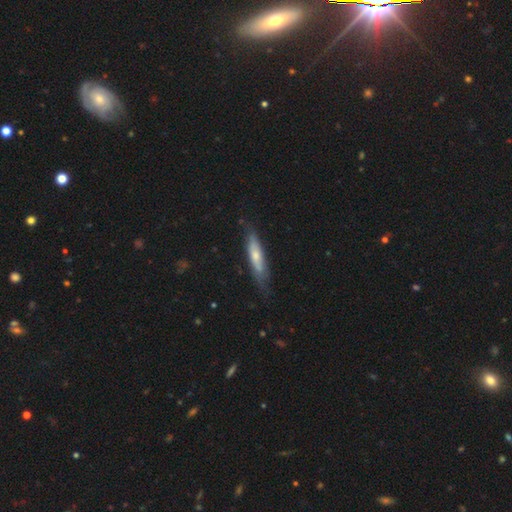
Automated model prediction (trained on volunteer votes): Smooth or featured: smooth — 52% (featured or disk — 43%)
How rounded: cigar-shaped — 75% (in between — 23%)
Merging: none — 66% (minor disturbance — 25%)